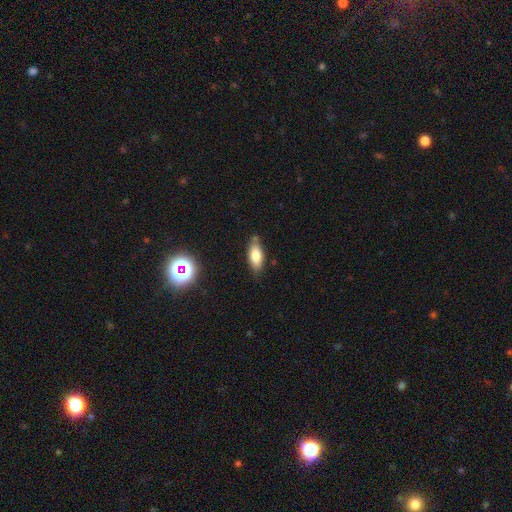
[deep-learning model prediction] Smooth or featured? Predicted: smooth (p=0.78). How rounded? Predicted: in between (p=0.83). Merging? Predicted: none (p=0.76).